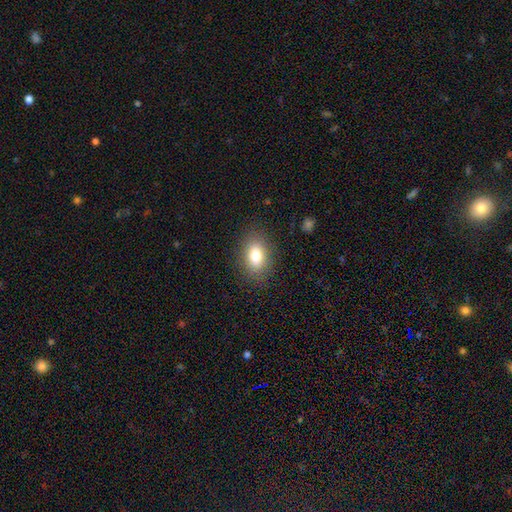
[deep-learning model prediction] smooth-or-featured: smooth: 80% | featured or disk: 11% | star or artifact: 9%
  how-rounded: in between: 83% | round: 15% | cigar-shaped: 2%
  merging: none: 86% | minor disturbance: 10% | major disturbance: 3% | merger: 1%